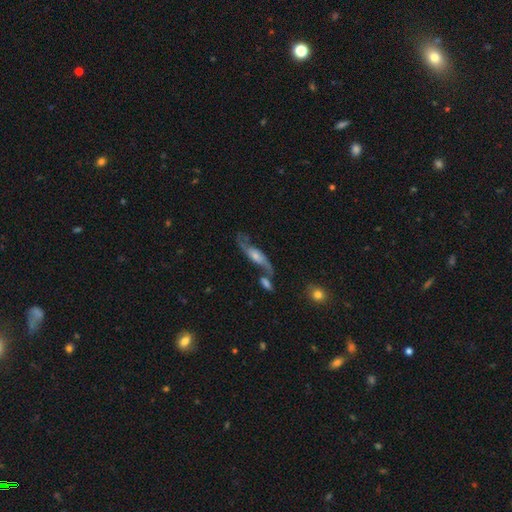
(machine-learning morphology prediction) Smooth or featured? Predicted: featured or disk (p=0.78). Edge-on disk? Predicted: no (p=0.72). Bar? Predicted: no (p=0.53). Spiral arms? Predicted: yes (p=0.91). Spiral winding? Predicted: loose (p=0.68). Spiral arm count? Predicted: 2 (p=0.89). Bulge size? Predicted: moderate (p=0.44). Merging? Predicted: none (p=0.53).